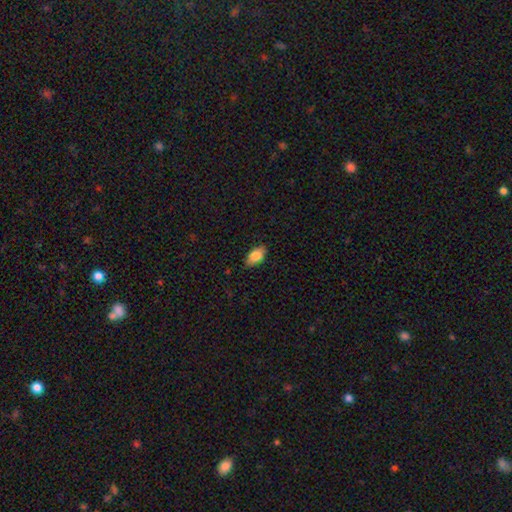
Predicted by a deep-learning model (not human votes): smooth 82%, featured or disk 11%, star or artifact 7%. Down the decision tree: how rounded — in between (91%); merging — none (83%).